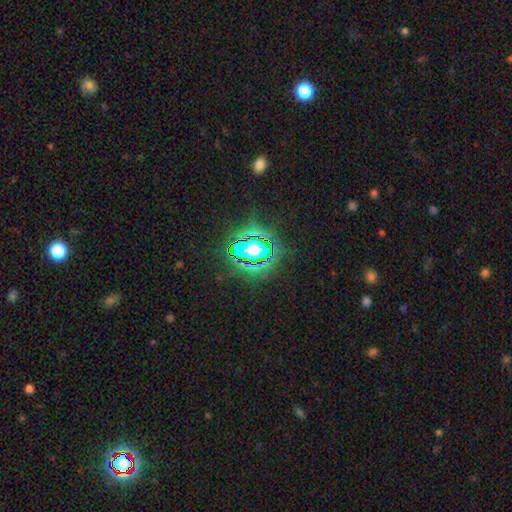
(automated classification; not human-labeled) The model was most divided on "smooth or featured": star or artifact: 81%, smooth: 12%, featured or disk: 7%.